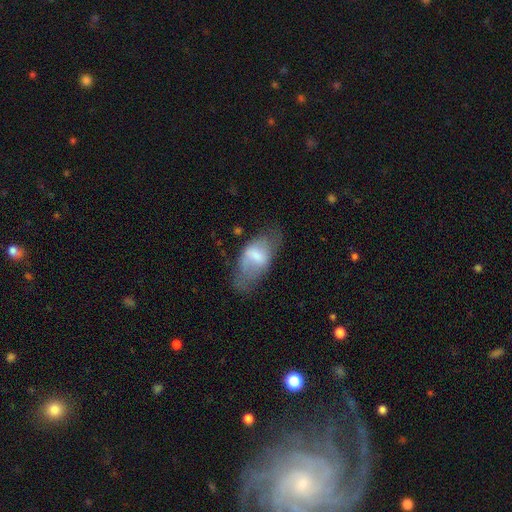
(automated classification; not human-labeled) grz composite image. It shows a smooth galaxy with no disk features (55%) that is in between round and cigar-shaped (89%). Merging: none (47%).